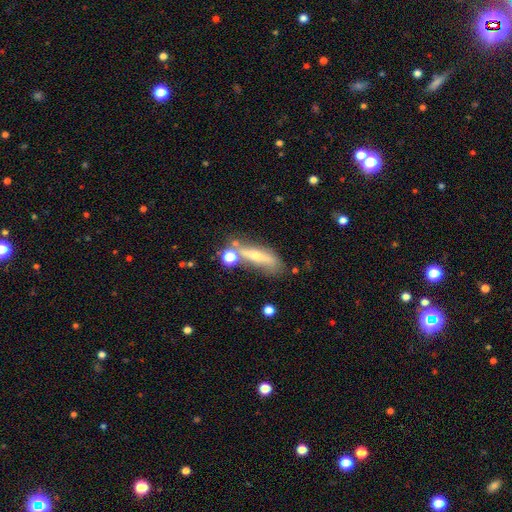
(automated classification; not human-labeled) A featured or disk galaxy (45%). Merging: none (52%).